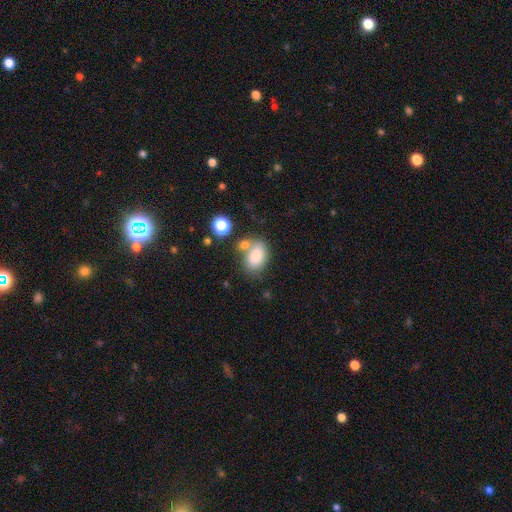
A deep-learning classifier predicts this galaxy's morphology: Smooth or featured?
  - smooth: 80% *
  - featured or disk: 10%
  - star or artifact: 9%
How rounded?
  - in between: 85% *
  - round: 14%
  - cigar-shaped: 1%
Merging?
  - none: 52% *
  - merger: 26%
  - minor disturbance: 16%
  - major disturbance: 6%